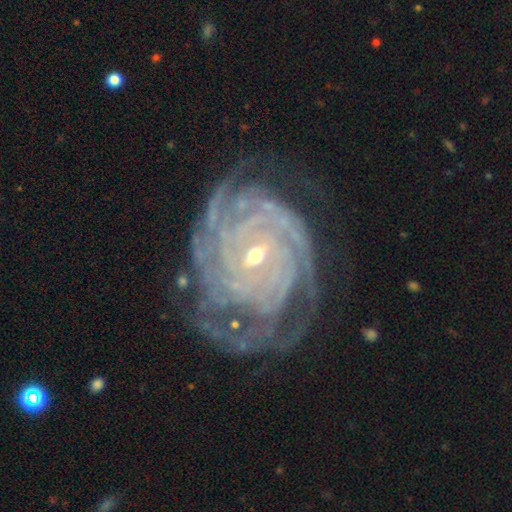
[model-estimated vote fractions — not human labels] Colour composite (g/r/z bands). It shows a featured or disk galaxy (92%) with a weak bar (41%), 4 (23%) tight (80%) spiral arms (98%) and a small central bulge (61%). Merging: none (68%).